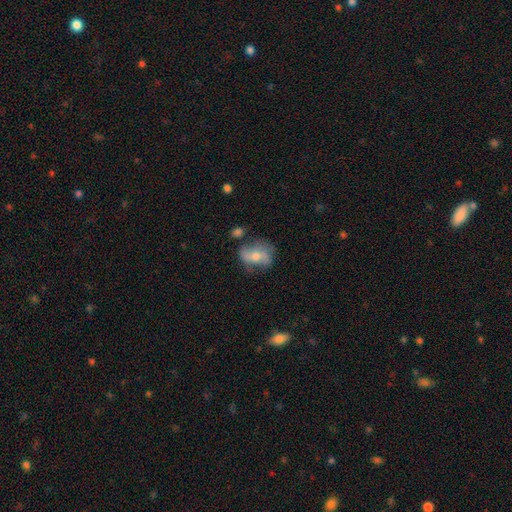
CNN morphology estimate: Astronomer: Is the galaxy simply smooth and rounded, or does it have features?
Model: featured or disk — 49% (runner-up: smooth, 42%).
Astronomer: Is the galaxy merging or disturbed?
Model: none — 56%.